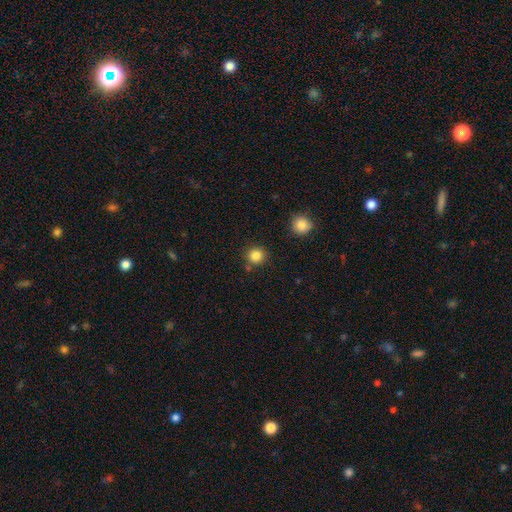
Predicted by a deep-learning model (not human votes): smooth 85%, star or artifact 11%, featured or disk 4%. Down the decision tree: how rounded — round (91%); merging — none (85%).